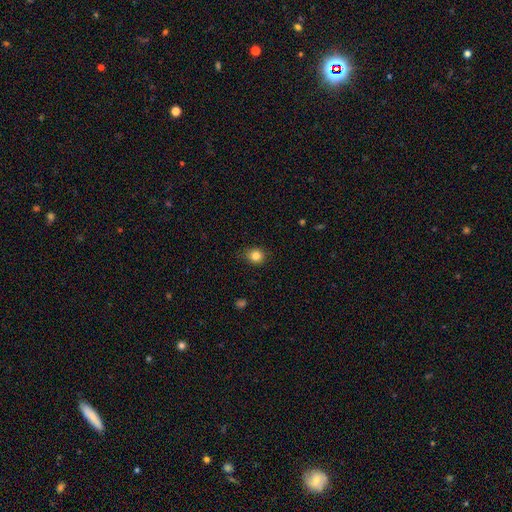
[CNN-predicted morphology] smooth-or-featured: smooth: 84% | star or artifact: 11% | featured or disk: 5%
  how-rounded: round: 83% | in between: 16% | cigar-shaped: 1%
  merging: none: 83% | minor disturbance: 13% | major disturbance: 3% | merger: 1%